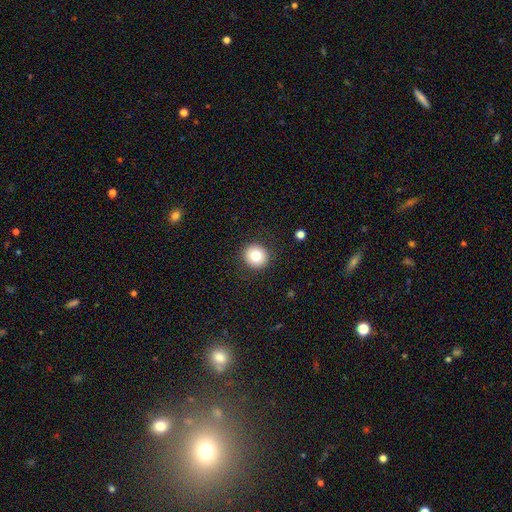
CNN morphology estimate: Smooth or featured: smooth — 79% (featured or disk — 11%)
How rounded: round — 90% (in between — 9%)
Merging: none — 90% (minor disturbance — 7%)